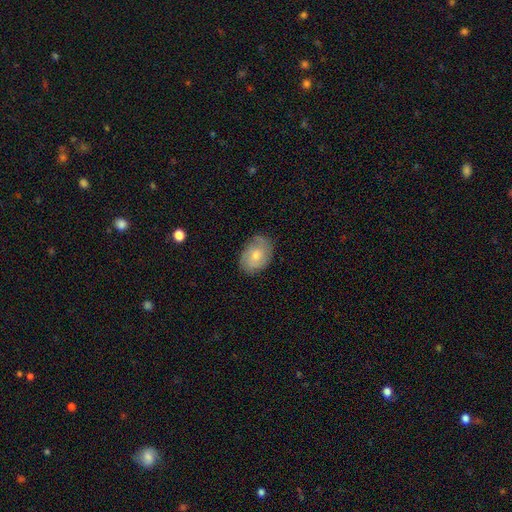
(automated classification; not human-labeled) Smooth or featured: smooth — 57% (featured or disk — 36%)
How rounded: in between — 76% (round — 23%)
Merging: none — 75% (minor disturbance — 19%)